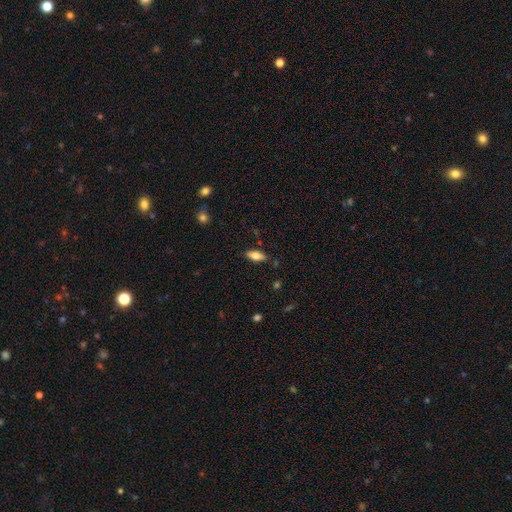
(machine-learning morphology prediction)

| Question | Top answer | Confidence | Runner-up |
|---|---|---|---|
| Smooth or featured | smooth | 73% | featured or disk (20%) |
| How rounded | in between | 82% | cigar-shaped (15%) |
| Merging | none | 84% | minor disturbance (12%) |